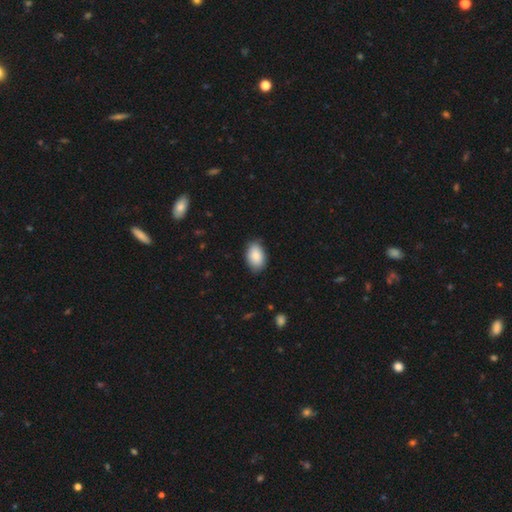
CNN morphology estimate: smooth-or-featured: smooth: 88% | star or artifact: 6% | featured or disk: 6%
  how-rounded: in between: 91% | round: 8% | cigar-shaped: 1%
  merging: none: 82% | minor disturbance: 15% | major disturbance: 2% | merger: 1%